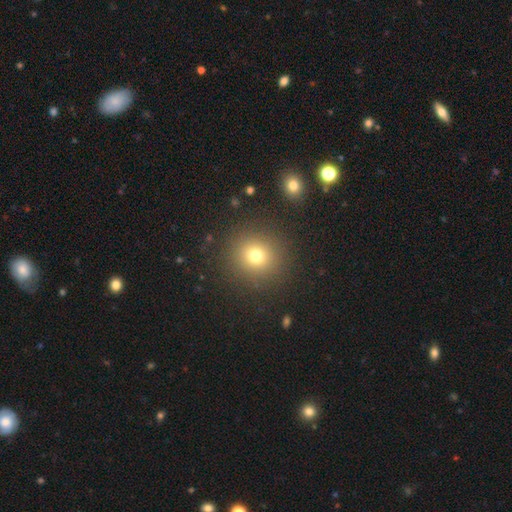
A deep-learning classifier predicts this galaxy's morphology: Smooth or featured?
  - smooth: 74% *
  - star or artifact: 17%
  - featured or disk: 9%
How rounded?
  - round: 91% *
  - in between: 9%
  - cigar-shaped: 1%
Merging?
  - none: 88% *
  - minor disturbance: 6%
  - major disturbance: 3%
  - merger: 2%